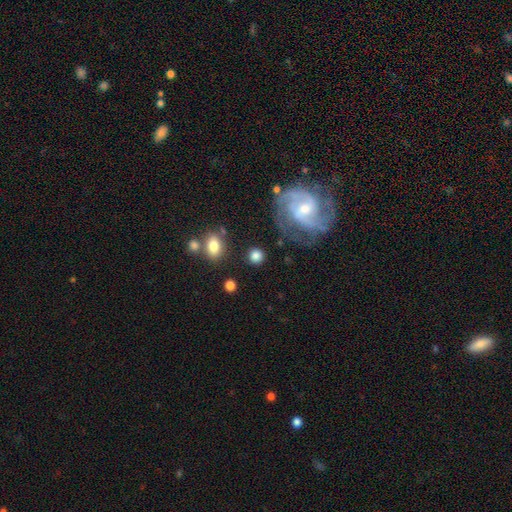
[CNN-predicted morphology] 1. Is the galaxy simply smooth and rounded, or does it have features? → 78% smooth, 14% featured or disk, 8% star or artifact.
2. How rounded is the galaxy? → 84% round, 15% in between, 1% cigar-shaped.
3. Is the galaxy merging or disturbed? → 80% none, 10% minor disturbance, 5% major disturbance, 4% merger.